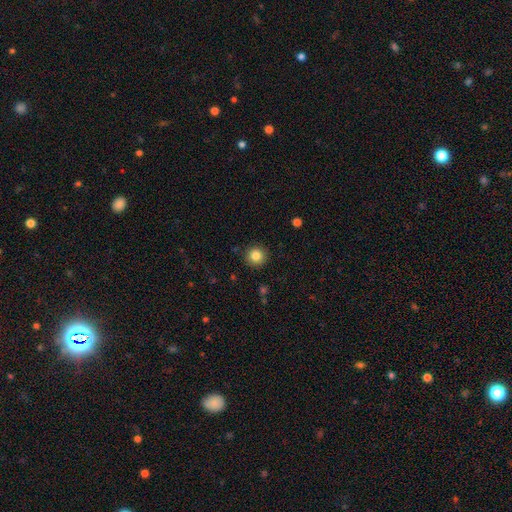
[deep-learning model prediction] A smooth galaxy with no disk features (84%) that is round (95%).

Vote fractions:
- Smooth or featured? smooth: 84% / star or artifact: 11% / featured or disk: 5%
- How rounded? round: 95% / in between: 4% / cigar-shaped: 1%
- Merging? none: 91% / minor disturbance: 6% / major disturbance: 2% / merger: 1%